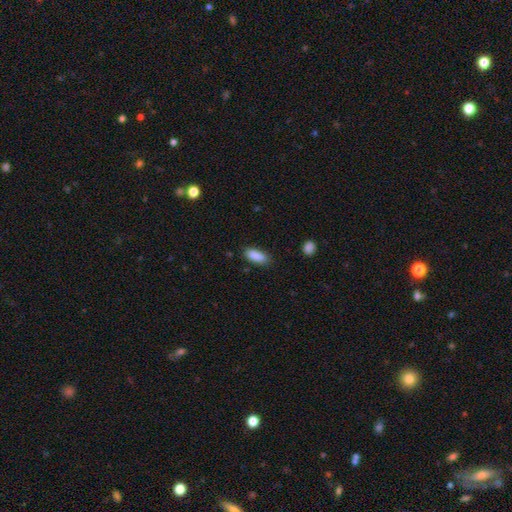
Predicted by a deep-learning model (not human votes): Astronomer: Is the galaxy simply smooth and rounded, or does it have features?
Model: smooth — 89%.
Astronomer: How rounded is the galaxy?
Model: in between — 78%.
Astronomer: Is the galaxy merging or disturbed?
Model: none — 82%.